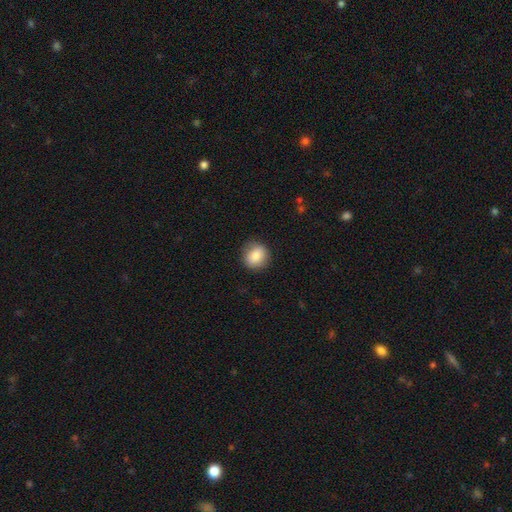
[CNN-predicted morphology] A smooth galaxy with no disk features (85%) that is round (80%).

Vote fractions:
- Smooth or featured? smooth: 85% / star or artifact: 8% / featured or disk: 7%
- How rounded? round: 80% / in between: 19% / cigar-shaped: 1%
- Merging? none: 85% / minor disturbance: 11% / major disturbance: 3% / merger: 1%